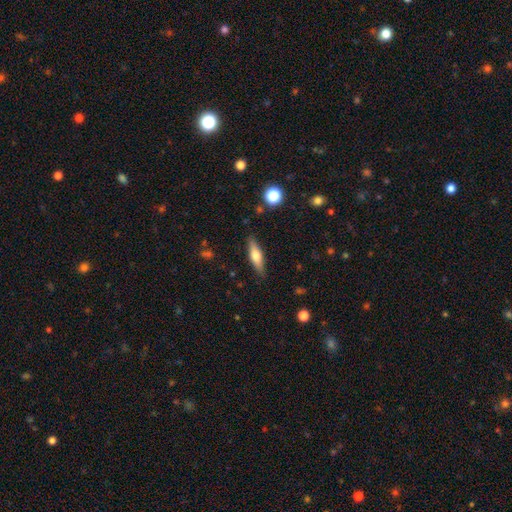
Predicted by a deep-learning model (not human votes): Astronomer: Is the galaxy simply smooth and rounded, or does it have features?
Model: smooth — 57% (runner-up: featured or disk, 36%).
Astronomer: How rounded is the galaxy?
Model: cigar-shaped — 62%.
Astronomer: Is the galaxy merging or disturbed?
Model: none — 86%.